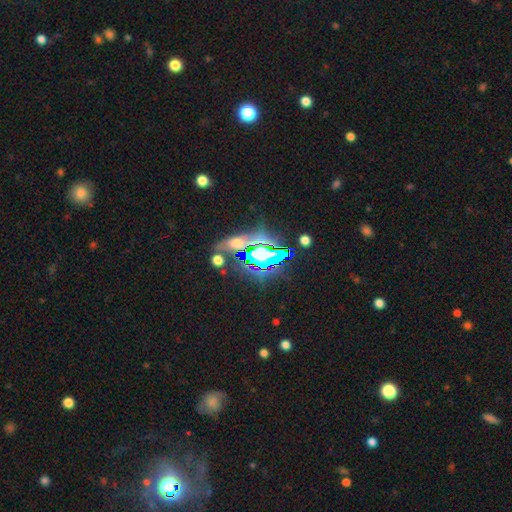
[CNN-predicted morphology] Smooth or featured? Predicted: star or artifact (p=0.62).